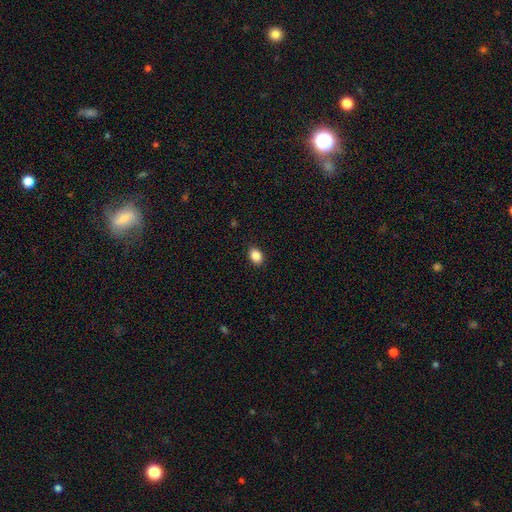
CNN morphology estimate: smooth-or-featured: smooth: 87% | star or artifact: 9% | featured or disk: 4%
  how-rounded: in between: 66% | round: 33% | cigar-shaped: 1%
  merging: none: 90% | minor disturbance: 7% | major disturbance: 2% | merger: 1%